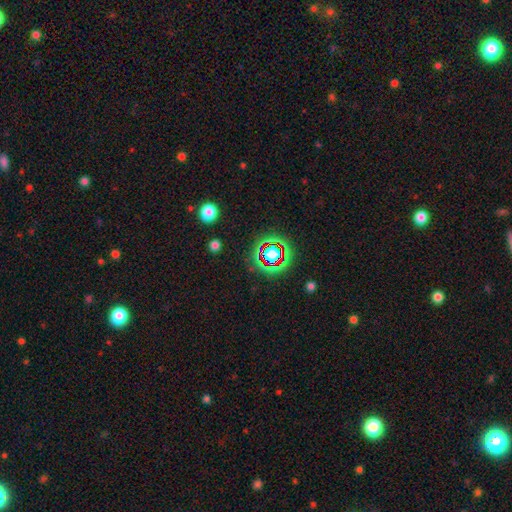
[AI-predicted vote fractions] Smooth or featured?
  - star or artifact: 74% *
  - smooth: 14%
  - featured or disk: 13%